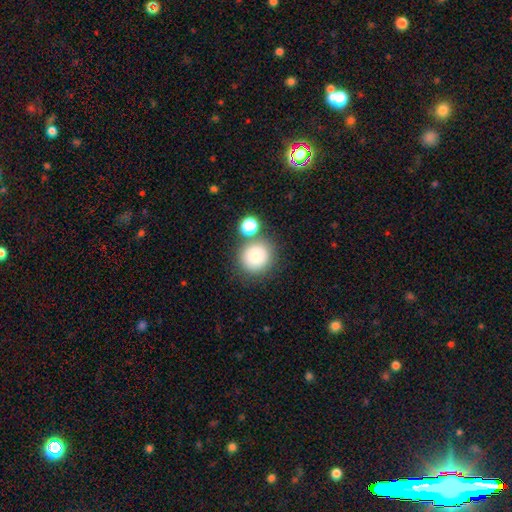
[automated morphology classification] This is clearly a smooth galaxy (83%). How rounded: clearly round (89%). Merging: likely none (70%).